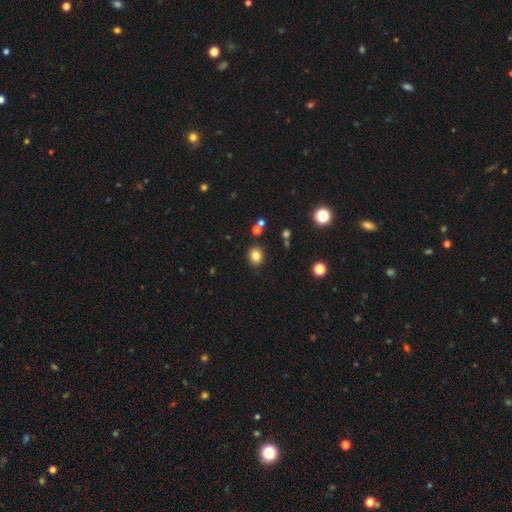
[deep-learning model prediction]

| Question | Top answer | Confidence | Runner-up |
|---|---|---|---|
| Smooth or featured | smooth | 82% | star or artifact (12%) |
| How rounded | round | 75% | in between (24%) |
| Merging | none | 86% | minor disturbance (8%) |